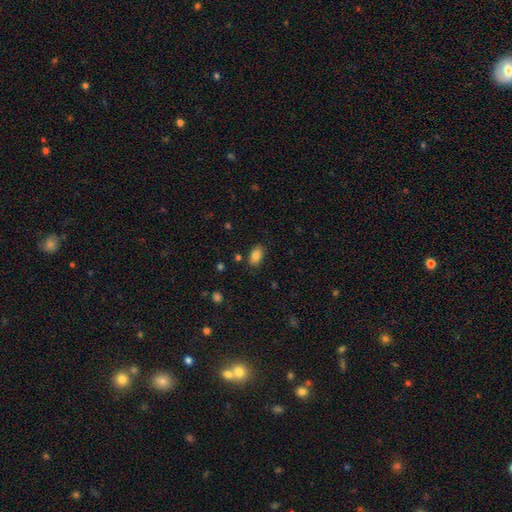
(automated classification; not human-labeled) Smooth or featured? smooth (83%)
How rounded? in between (90%)
Merging? none (82%)